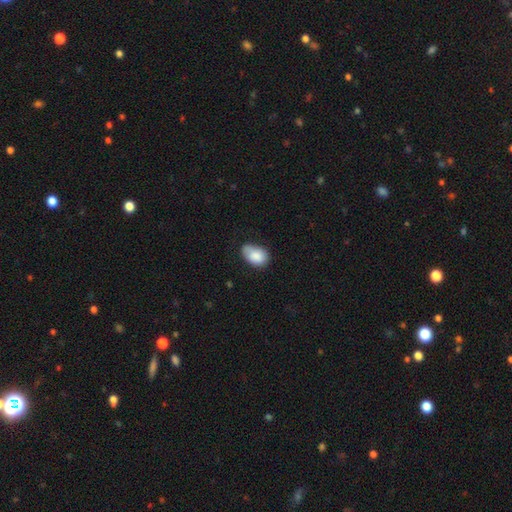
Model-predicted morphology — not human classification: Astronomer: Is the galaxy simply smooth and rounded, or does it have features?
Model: smooth — 85%.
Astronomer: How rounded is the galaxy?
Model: in between — 86%.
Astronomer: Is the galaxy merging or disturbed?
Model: none — 53% (runner-up: minor disturbance, 37%).